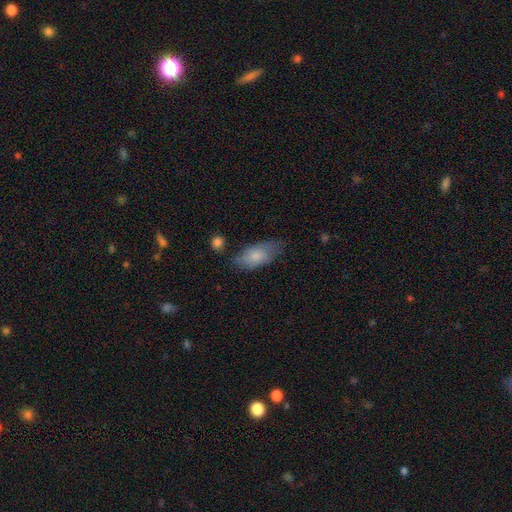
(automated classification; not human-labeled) This appears to be a smooth galaxy with no disk features (75%) that is in between round and cigar-shaped (89%). Merging: none (59%).